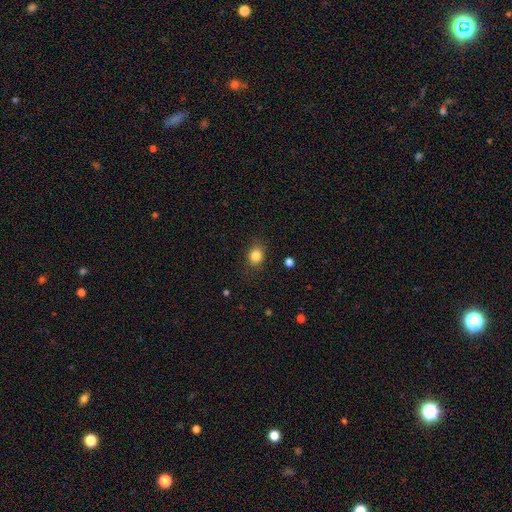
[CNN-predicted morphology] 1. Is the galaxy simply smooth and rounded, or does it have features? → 84% smooth, 11% star or artifact, 5% featured or disk.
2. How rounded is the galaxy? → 59% round, 40% in between, 1% cigar-shaped.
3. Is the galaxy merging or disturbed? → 83% none, 12% minor disturbance, 4% major disturbance, 1% merger.